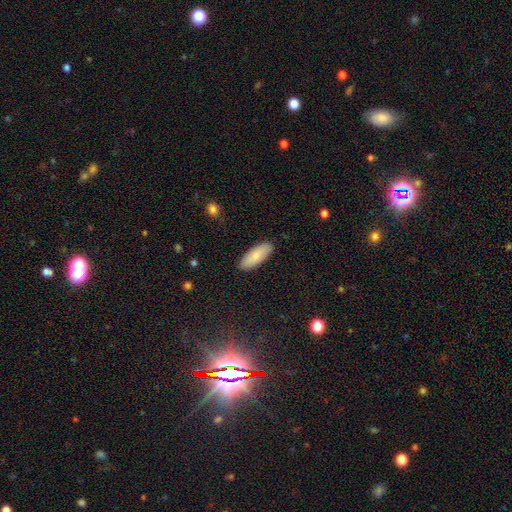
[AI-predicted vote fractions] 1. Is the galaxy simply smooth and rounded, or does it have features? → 78% smooth, 16% featured or disk, 6% star or artifact.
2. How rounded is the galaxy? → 76% in between, 22% cigar-shaped, 2% round.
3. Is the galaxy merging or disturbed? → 89% none, 8% minor disturbance, 2% major disturbance, 1% merger.